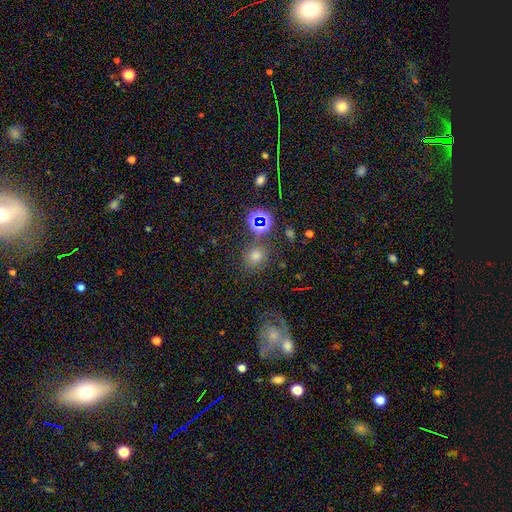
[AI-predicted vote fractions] This is possibly a smooth galaxy (58%). How rounded: clearly round (82%). Merging: likely none (74%).